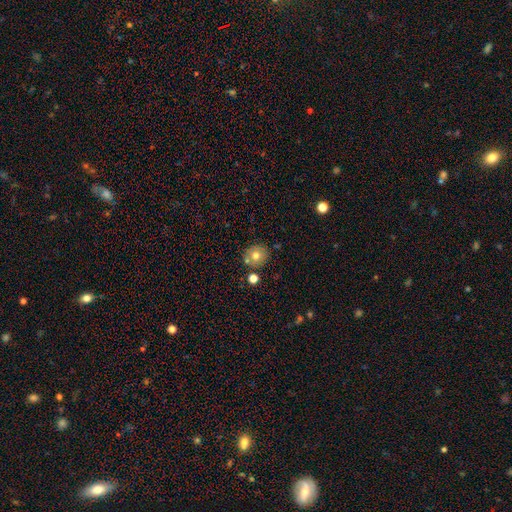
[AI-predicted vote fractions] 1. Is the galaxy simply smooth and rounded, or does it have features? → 70% smooth, 18% featured or disk, 12% star or artifact.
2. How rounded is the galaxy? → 86% round, 13% in between, 1% cigar-shaped.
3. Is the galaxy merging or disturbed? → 75% none, 12% merger, 10% minor disturbance, 3% major disturbance.